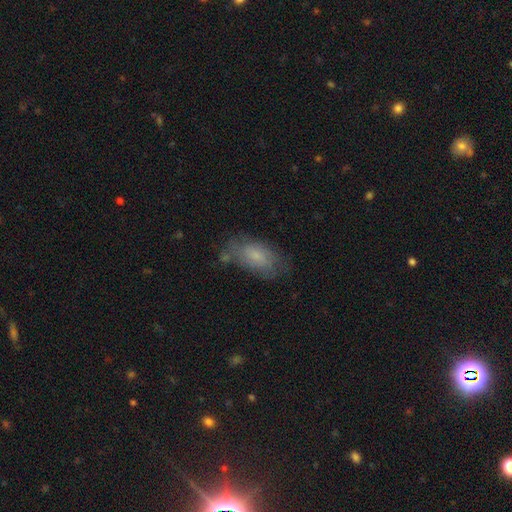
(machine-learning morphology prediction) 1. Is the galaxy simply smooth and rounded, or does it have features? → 67% smooth, 25% featured or disk, 8% star or artifact.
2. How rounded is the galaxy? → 90% in between, 6% cigar-shaped, 4% round.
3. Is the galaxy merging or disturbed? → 59% none, 26% minor disturbance, 10% major disturbance, 5% merger.